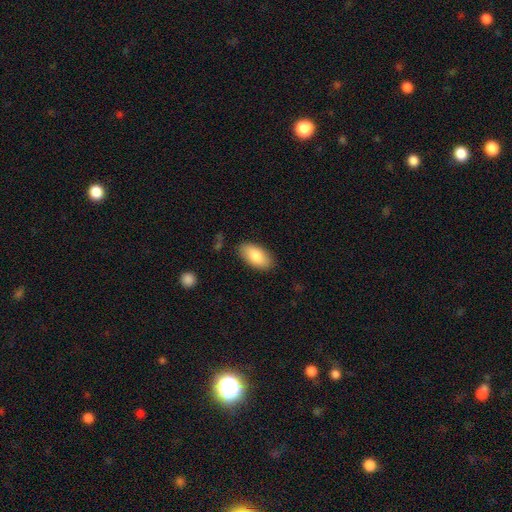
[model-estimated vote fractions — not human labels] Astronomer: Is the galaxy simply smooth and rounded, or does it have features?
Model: smooth — 84%.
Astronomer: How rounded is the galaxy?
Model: in between — 94%.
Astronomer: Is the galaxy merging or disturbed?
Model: none — 86%.